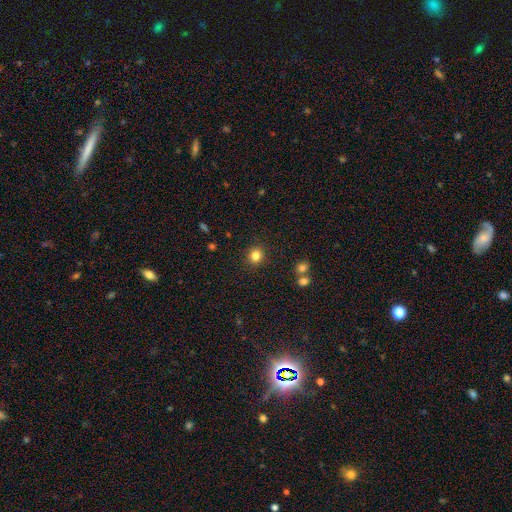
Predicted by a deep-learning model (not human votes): Smooth or featured? smooth (83%)
How rounded? round (87%)
Merging? none (90%)